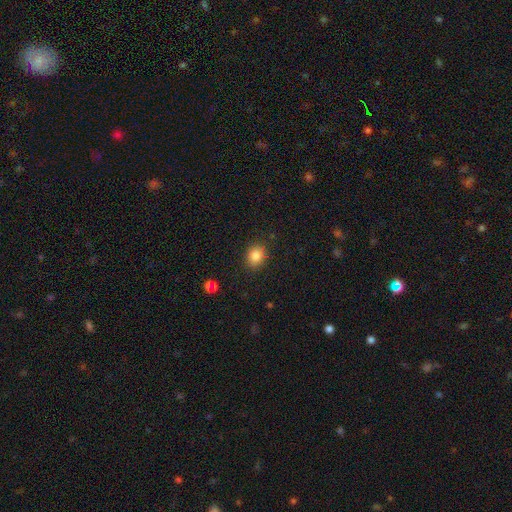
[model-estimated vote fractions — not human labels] smooth 84%, star or artifact 10%, featured or disk 6%. Down the decision tree: how rounded — round (63%); merging — none (86%).